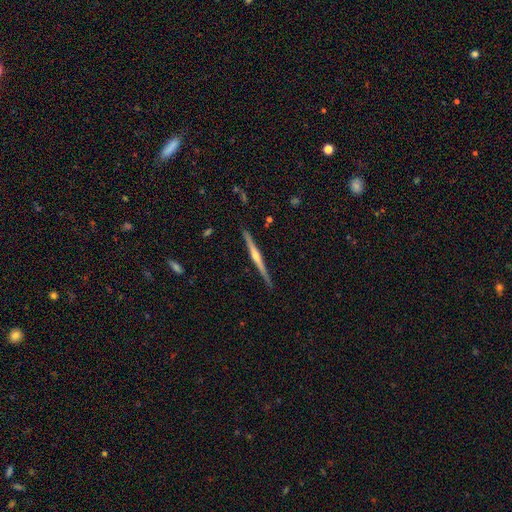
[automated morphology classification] Smooth or featured?
  - featured or disk: 81% *
  - smooth: 14%
  - star or artifact: 5%
Edge-on disk?
  - yes: 99% *
  - no: 1%
Edge-on bulge?
  - rounded: 86% *
  - none: 8%
  - boxy: 6%
Merging?
  - none: 90% *
  - minor disturbance: 7%
  - major disturbance: 1%
  - merger: 1%